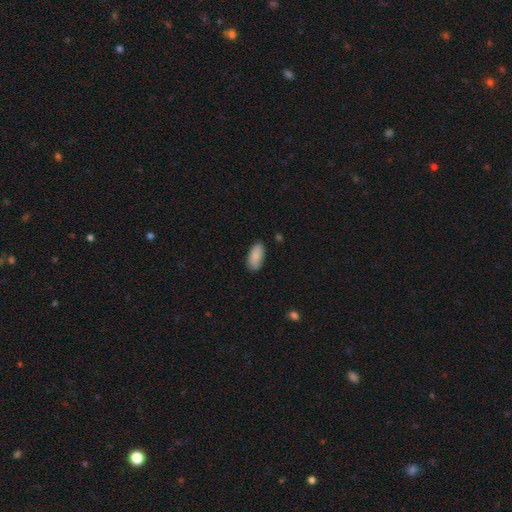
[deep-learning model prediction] Overall: smooth (87%). How rounded: in between (92%). Merging: none (84%).